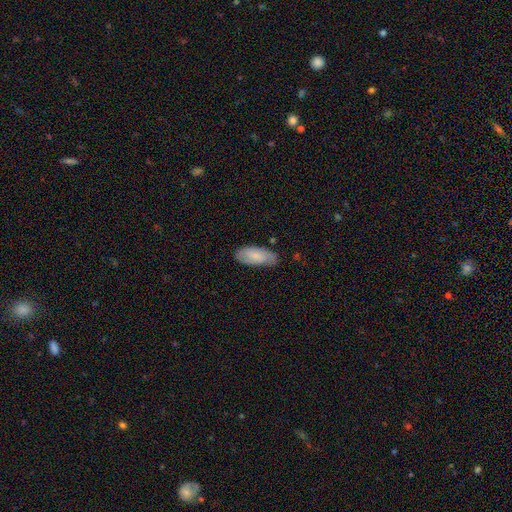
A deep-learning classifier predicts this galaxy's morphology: The model was most divided on "merging": none: 71%, minor disturbance: 24%, major disturbance: 4%, merger: 2%. More confident: how rounded — in between (87%); smooth or featured — smooth (76%).